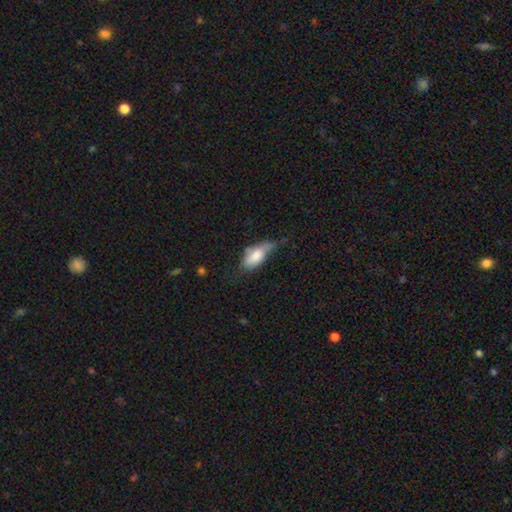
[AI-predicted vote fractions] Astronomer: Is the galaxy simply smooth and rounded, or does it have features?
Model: smooth — 72%.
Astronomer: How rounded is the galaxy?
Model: in between — 85%.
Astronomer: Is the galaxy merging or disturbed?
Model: minor disturbance — 43% (runner-up: none, 31%).